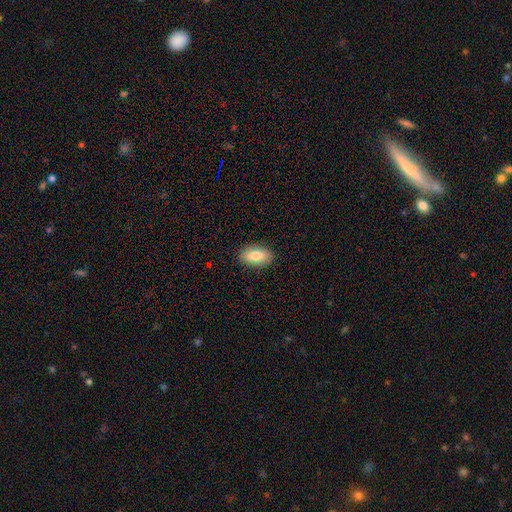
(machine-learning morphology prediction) The model was most divided on "smooth or featured": smooth: 84%, featured or disk: 9%, star or artifact: 7%. More confident: how rounded — in between (92%); merging — none (89%).